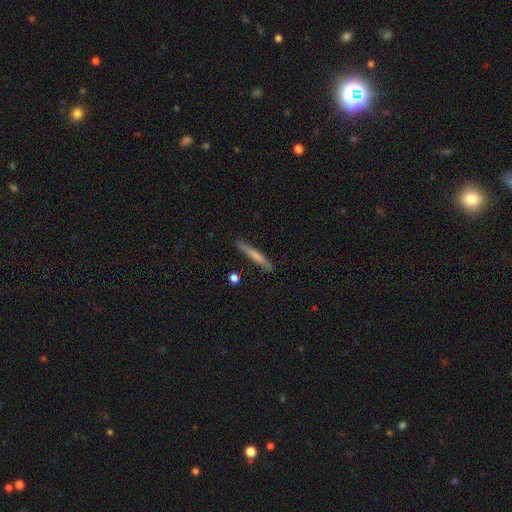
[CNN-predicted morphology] A smooth galaxy with no disk features (53%) that is cigar-shaped (95%).

Vote fractions:
- Smooth or featured? smooth: 53% / featured or disk: 40% / star or artifact: 7%
- How rounded? cigar-shaped: 95% / in between: 3% / round: 2%
- Merging? none: 85% / minor disturbance: 11% / major disturbance: 2% / merger: 2%